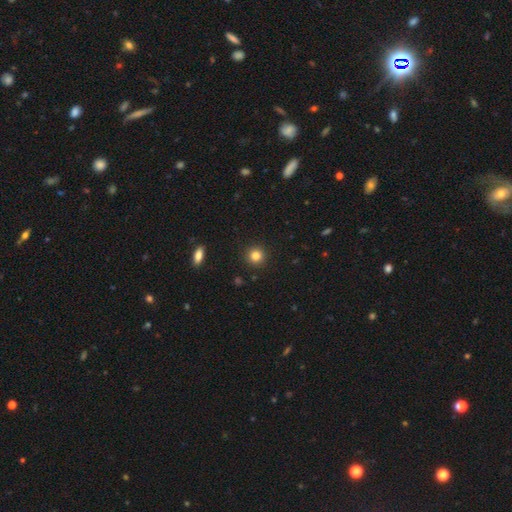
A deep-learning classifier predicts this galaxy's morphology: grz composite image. It shows a smooth galaxy with no disk features (82%) that is round (94%). Merging: none (92%).